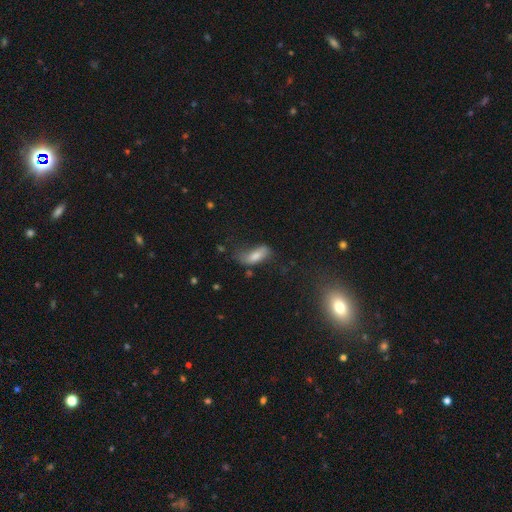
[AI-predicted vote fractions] Overall: smooth (73%). How rounded: in between (78%). Merging: none (39%; minor disturbance 33%).